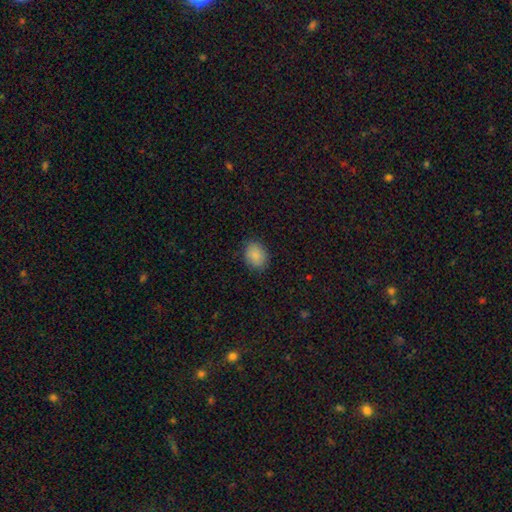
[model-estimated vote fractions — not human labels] This appears to be a smooth galaxy with no disk features (88%) that is in between round and cigar-shaped (56%). Merging: none (83%).